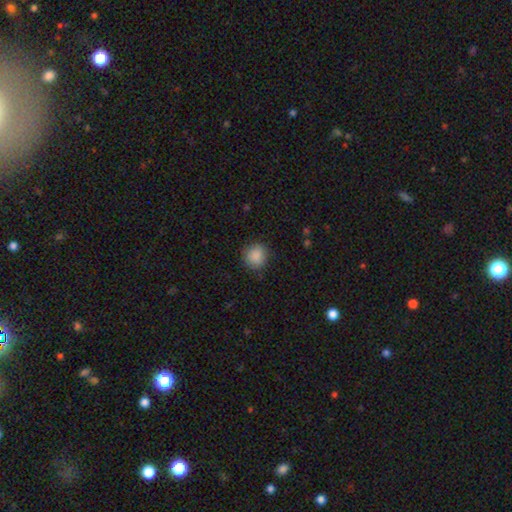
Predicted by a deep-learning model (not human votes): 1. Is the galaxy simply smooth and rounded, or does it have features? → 88% smooth, 8% star or artifact, 4% featured or disk.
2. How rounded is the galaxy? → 86% round, 13% in between, 1% cigar-shaped.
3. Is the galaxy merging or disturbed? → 84% none, 12% minor disturbance, 3% major disturbance, 1% merger.